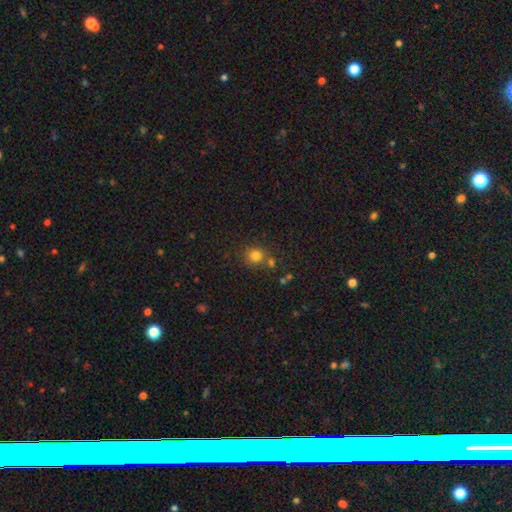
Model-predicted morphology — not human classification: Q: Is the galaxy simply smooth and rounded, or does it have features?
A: smooth — 79%.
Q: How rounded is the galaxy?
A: round — 85%.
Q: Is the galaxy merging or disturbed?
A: none — 69%.